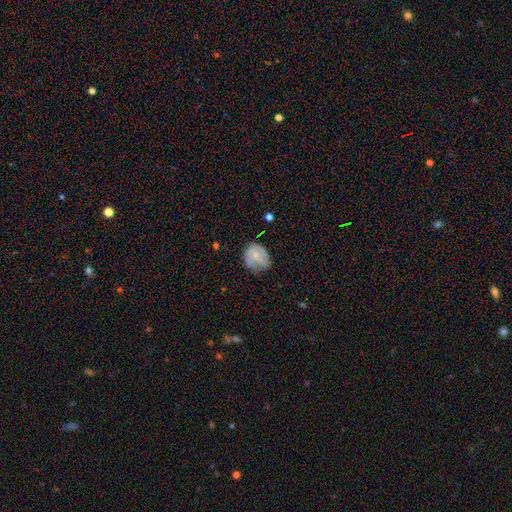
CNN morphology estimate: Smooth or featured? Predicted: smooth (p=0.48). Merging? Predicted: none (p=0.51).